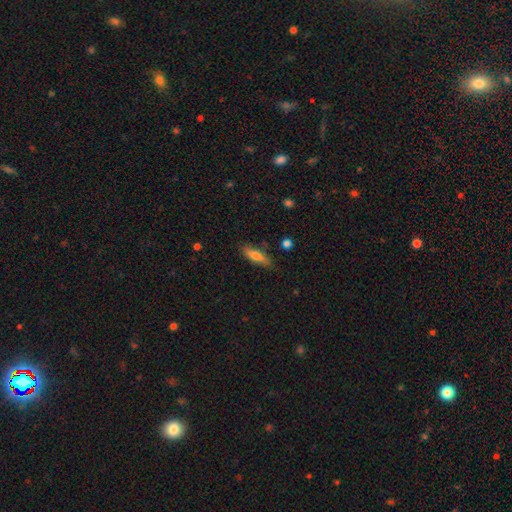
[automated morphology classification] Smooth or featured? Predicted: smooth (p=0.70). How rounded? Predicted: cigar-shaped (p=0.59). Merging? Predicted: none (p=0.82).